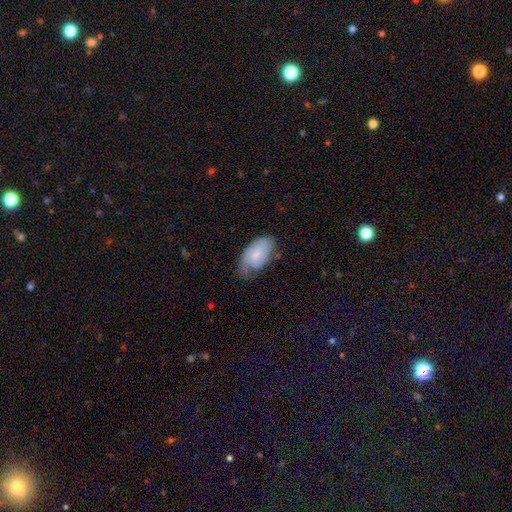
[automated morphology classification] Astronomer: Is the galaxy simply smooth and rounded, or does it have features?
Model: smooth — 58% (runner-up: featured or disk, 36%).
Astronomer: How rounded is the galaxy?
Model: in between — 94%.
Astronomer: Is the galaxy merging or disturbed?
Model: none — 40% (runner-up: minor disturbance, 38%).